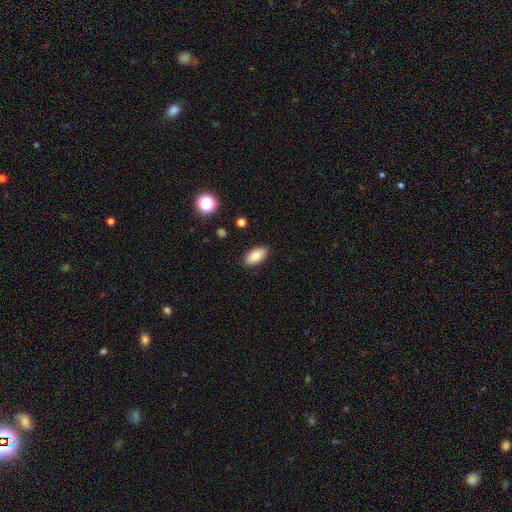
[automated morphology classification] A smooth galaxy with no disk features (82%) that is in between round and cigar-shaped (94%).

Vote fractions:
- Smooth or featured? smooth: 82% / featured or disk: 10% / star or artifact: 8%
- How rounded? in between: 94% / cigar-shaped: 3% / round: 3%
- Merging? none: 89% / minor disturbance: 8% / major disturbance: 2% / merger: 1%